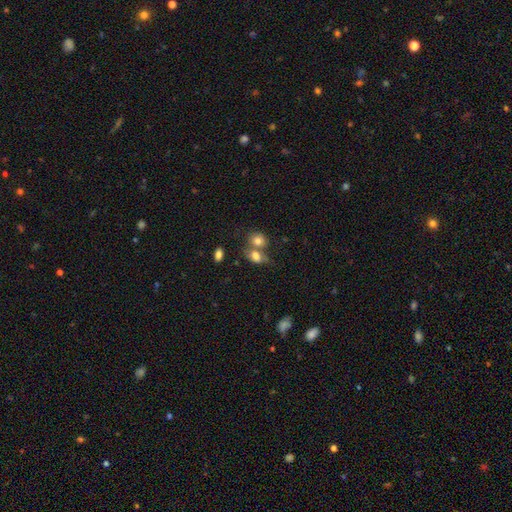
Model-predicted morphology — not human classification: smooth_or_featured: smooth (p=0.77) [alt: featured or disk p=0.12]
how_rounded: in between (p=0.65) [alt: round p=0.32]
merging: merger (p=0.48) [alt: none p=0.33]